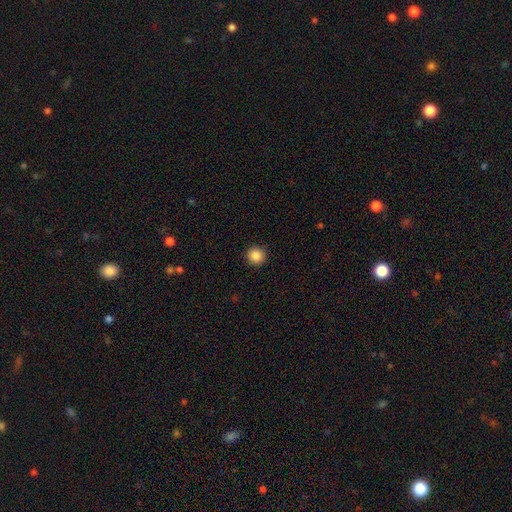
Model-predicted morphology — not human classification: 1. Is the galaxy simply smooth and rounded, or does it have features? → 86% smooth, 10% star or artifact, 4% featured or disk.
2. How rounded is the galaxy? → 95% round, 4% in between, 1% cigar-shaped.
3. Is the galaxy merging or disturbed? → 92% none, 5% minor disturbance, 2% major disturbance, 1% merger.